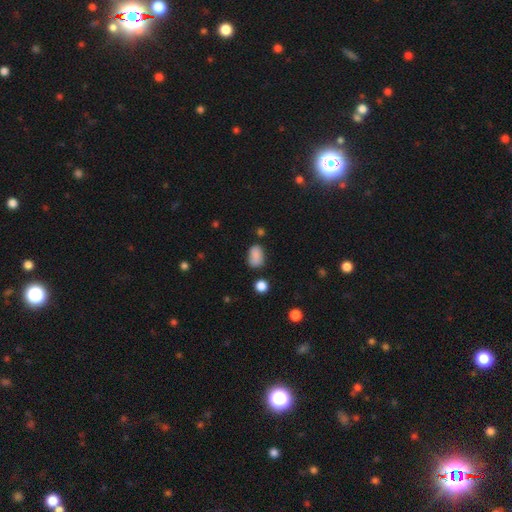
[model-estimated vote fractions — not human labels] This appears to be a smooth galaxy with no disk features (85%) that is in between round and cigar-shaped (87%). Merging: none (70%).